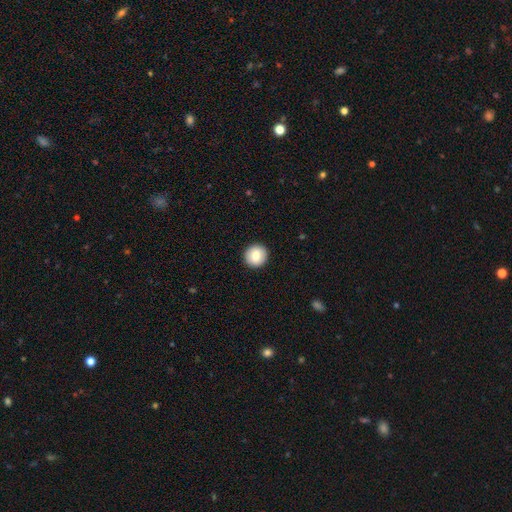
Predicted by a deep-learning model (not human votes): This appears to be a smooth galaxy with no disk features (81%) that is round (95%). Merging: none (93%).